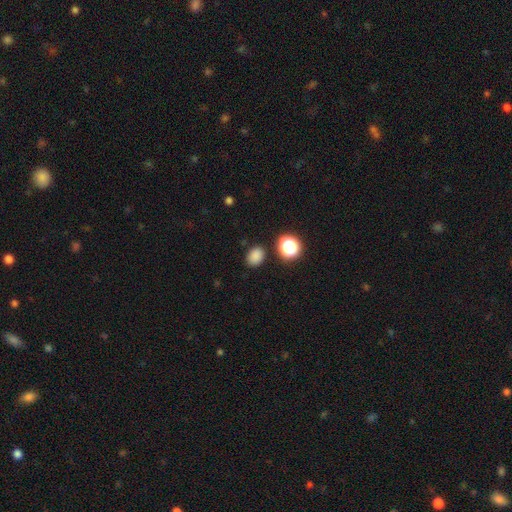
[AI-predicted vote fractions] A smooth galaxy with no disk features (81%) that is in between round and cigar-shaped (55%). Merging: none (84%).